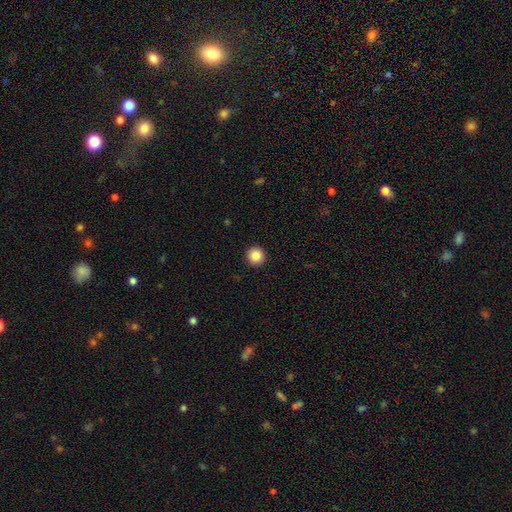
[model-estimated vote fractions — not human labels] This appears to be a smooth galaxy with no disk features (87%) that is round (95%). Merging: none (93%).